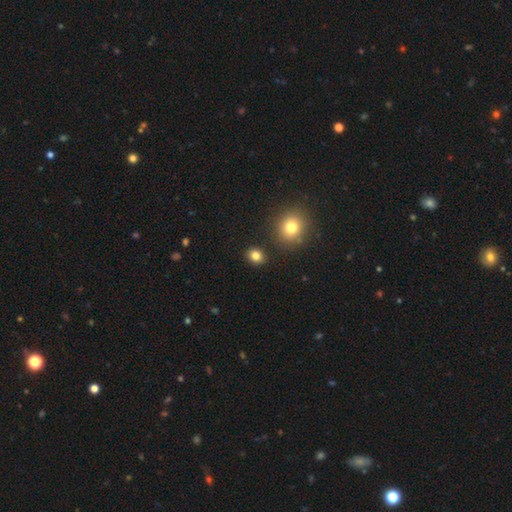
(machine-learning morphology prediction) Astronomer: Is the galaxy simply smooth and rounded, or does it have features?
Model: smooth — 82%.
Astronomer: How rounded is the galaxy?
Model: round — 68%.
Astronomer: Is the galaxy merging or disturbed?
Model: none — 88%.